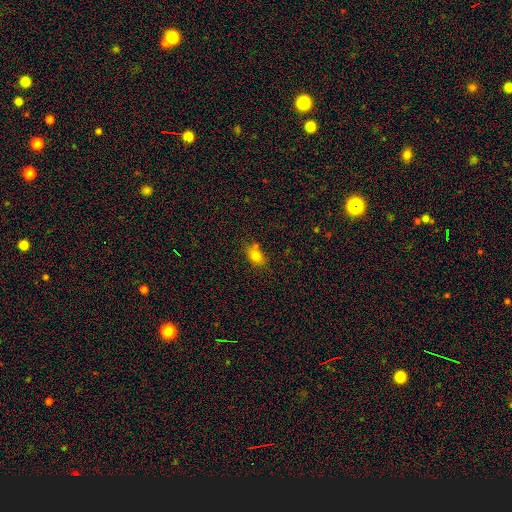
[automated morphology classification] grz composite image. It shows a smooth galaxy with no disk features (79%) that is in between round and cigar-shaped (74%). Merging: none (64%).